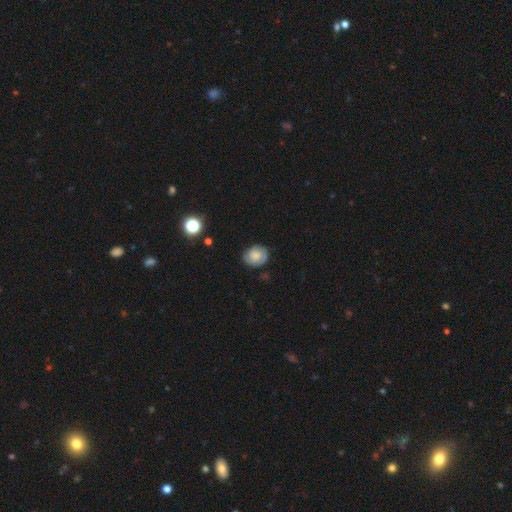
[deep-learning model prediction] A smooth galaxy with no disk features (54%) that is round (65%).

Vote fractions:
- Smooth or featured? smooth: 54% / featured or disk: 37% / star or artifact: 9%
- How rounded? round: 65% / in between: 34% / cigar-shaped: 1%
- Merging? none: 74% / minor disturbance: 20% / major disturbance: 5% / merger: 1%